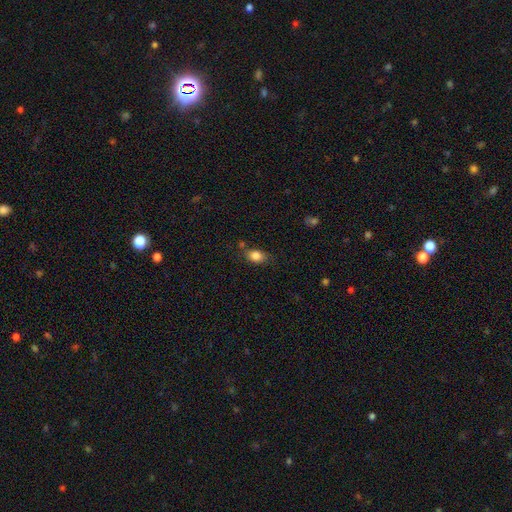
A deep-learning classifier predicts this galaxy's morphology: smooth-or-featured: smooth: 84% | star or artifact: 9% | featured or disk: 7%
  how-rounded: in between: 75% | round: 23% | cigar-shaped: 2%
  merging: none: 68% | minor disturbance: 20% | merger: 7% | major disturbance: 5%